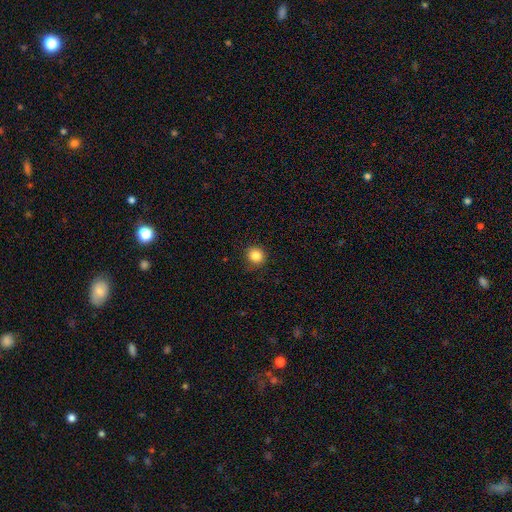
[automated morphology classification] A smooth galaxy with no disk features (84%) that is round (91%). Merging: none (86%).